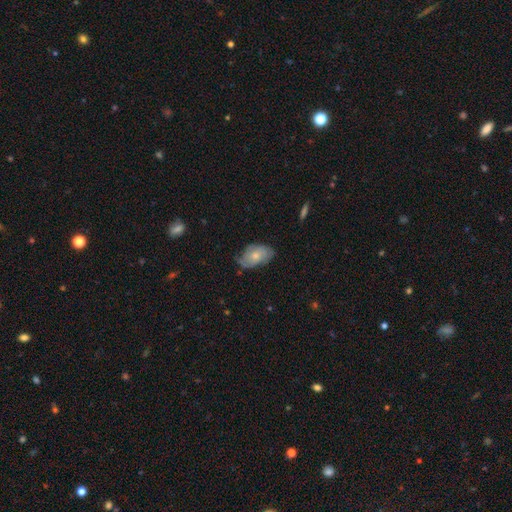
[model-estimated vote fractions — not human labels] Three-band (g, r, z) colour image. It shows a smooth galaxy with no disk features (50%) that is in between round and cigar-shaped (90%). Merging: none (56%).